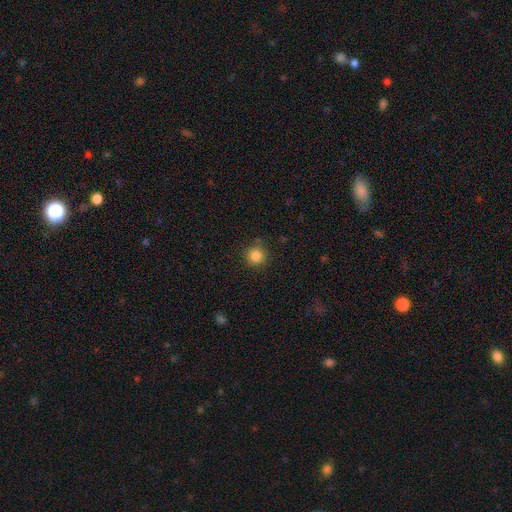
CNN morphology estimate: A smooth galaxy with no disk features (84%) that is round (94%). Merging: none (86%).